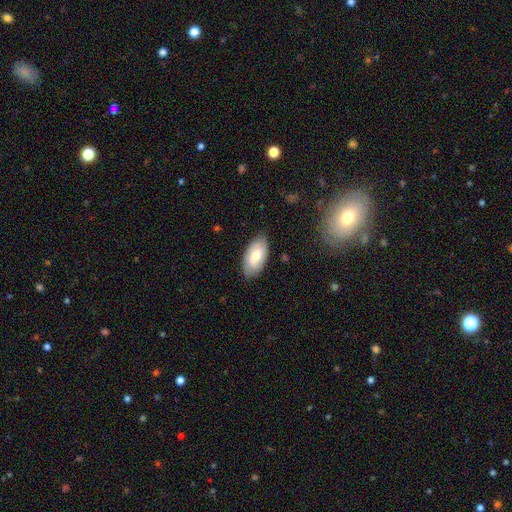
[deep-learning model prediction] smooth_or_featured: smooth (p=0.65) [alt: featured or disk p=0.29]
how_rounded: in between (p=0.93) [alt: cigar-shaped p=0.04]
merging: none (p=0.82) [alt: minor disturbance p=0.14]